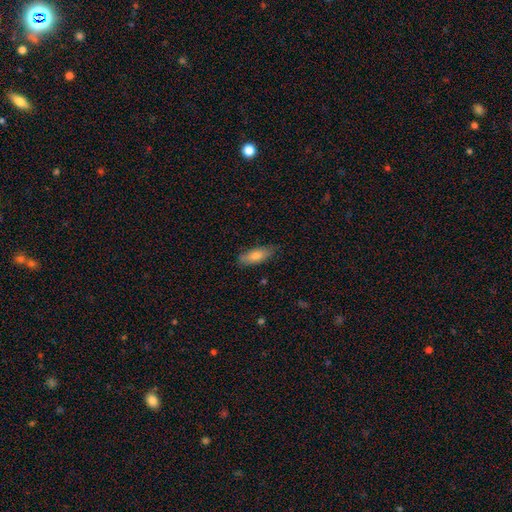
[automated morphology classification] smooth 74%, featured or disk 19%, star or artifact 6%. Down the decision tree: how rounded — in between (61%); merging — none (82%).